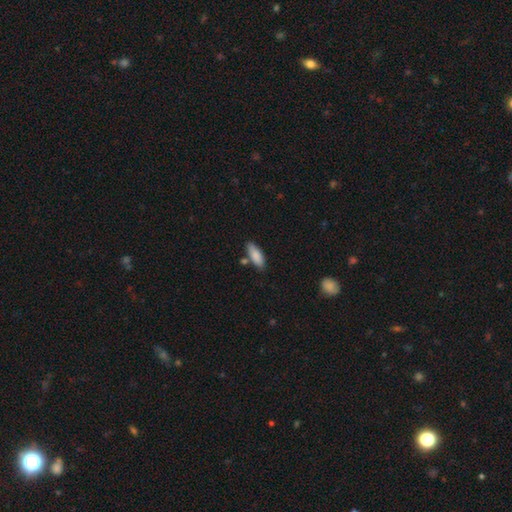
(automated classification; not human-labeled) Smooth or featured?
  - smooth: 87% *
  - featured or disk: 7%
  - star or artifact: 6%
How rounded?
  - in between: 71% *
  - cigar-shaped: 27%
  - round: 2%
Merging?
  - none: 75% *
  - minor disturbance: 14%
  - merger: 8%
  - major disturbance: 3%